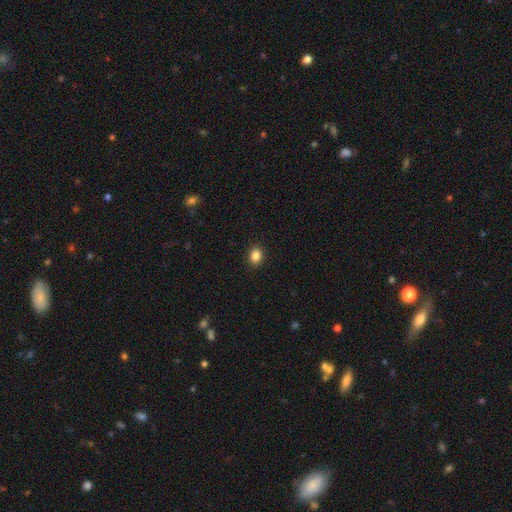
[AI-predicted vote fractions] smooth_or_featured: smooth (p=0.86) [alt: star or artifact p=0.10]
how_rounded: in between (p=0.56) [alt: round p=0.43]
merging: none (p=0.90) [alt: minor disturbance p=0.07]